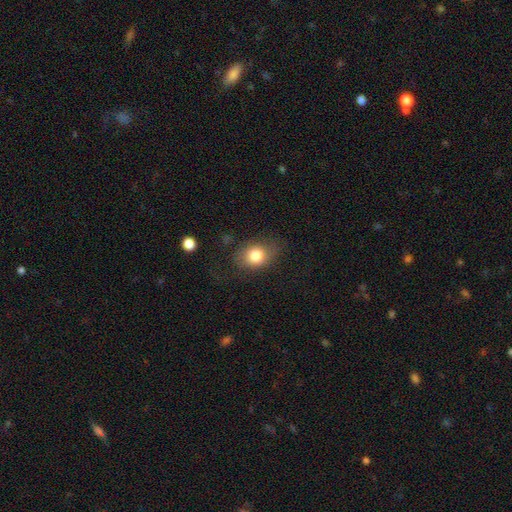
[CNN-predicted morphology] smooth-or-featured: smooth: 80% | featured or disk: 11% | star or artifact: 10%
  how-rounded: in between: 54% | round: 45% | cigar-shaped: 1%
  merging: none: 69% | minor disturbance: 20% | major disturbance: 9% | merger: 2%